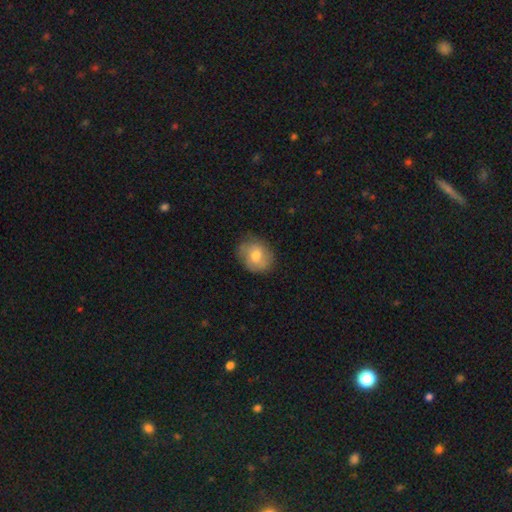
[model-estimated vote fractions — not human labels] The model was most divided on "how rounded": round: 59%, in between: 40%, cigar-shaped: 1%. More confident: merging — none (73%); smooth or featured — smooth (67%).